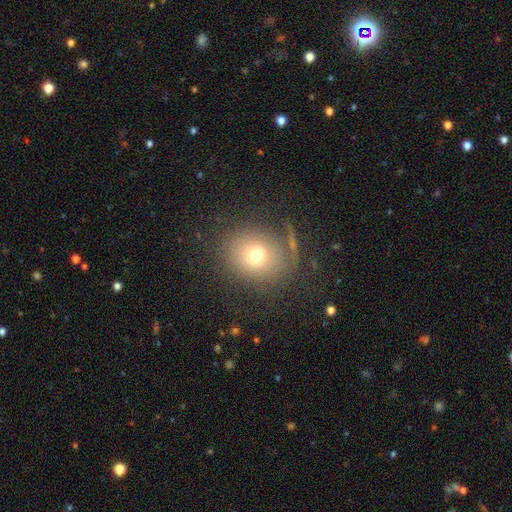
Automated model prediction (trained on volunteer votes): Morphology: type=smooth (68%); roundness=round (81%); merging=none (74%).